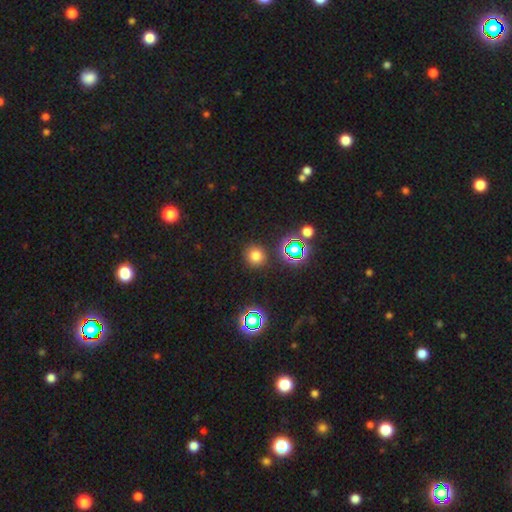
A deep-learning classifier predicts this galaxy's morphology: smooth-or-featured: smooth: 70% | star or artifact: 24% | featured or disk: 6%
  how-rounded: round: 91% | in between: 7% | cigar-shaped: 1%
  merging: none: 88% | minor disturbance: 6% | major disturbance: 3% | merger: 2%